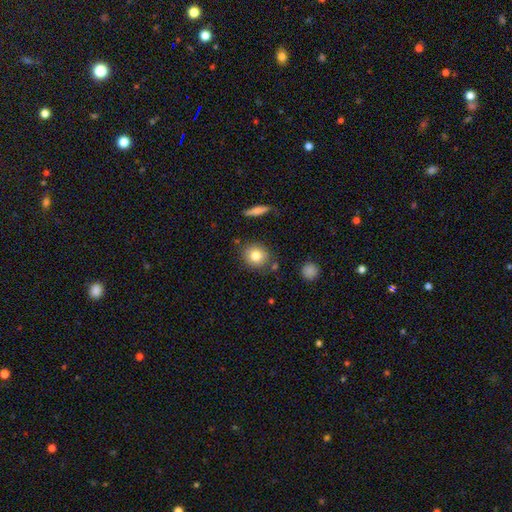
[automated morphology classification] Smooth or featured? smooth (80%)
How rounded? round (80%)
Merging? none (80%)